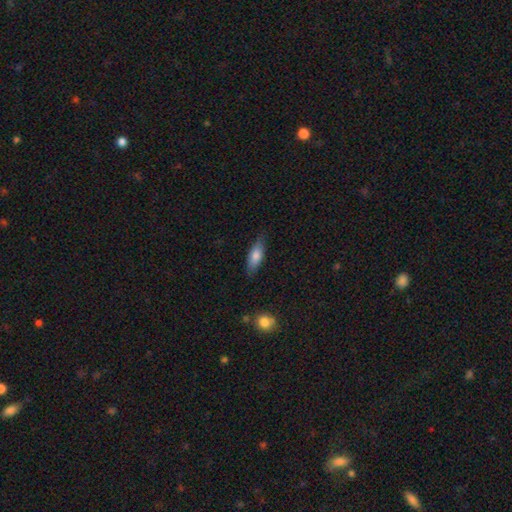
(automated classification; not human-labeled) smooth 75%, featured or disk 18%, star or artifact 6%. Down the decision tree: how rounded — in between (66%); merging — none (79%).